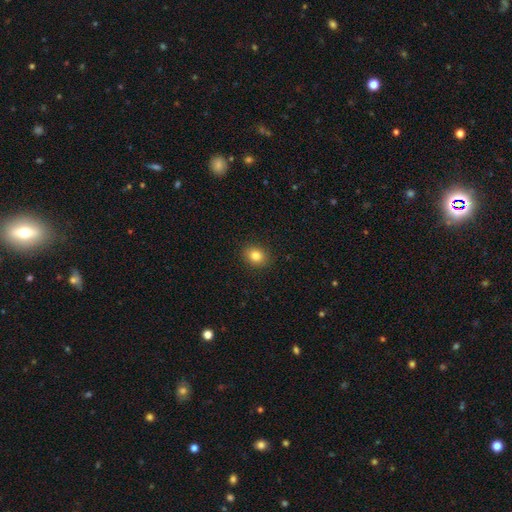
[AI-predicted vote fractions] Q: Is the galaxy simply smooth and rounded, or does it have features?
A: smooth — 82%.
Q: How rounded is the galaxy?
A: round — 58%.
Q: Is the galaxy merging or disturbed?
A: none — 90%.